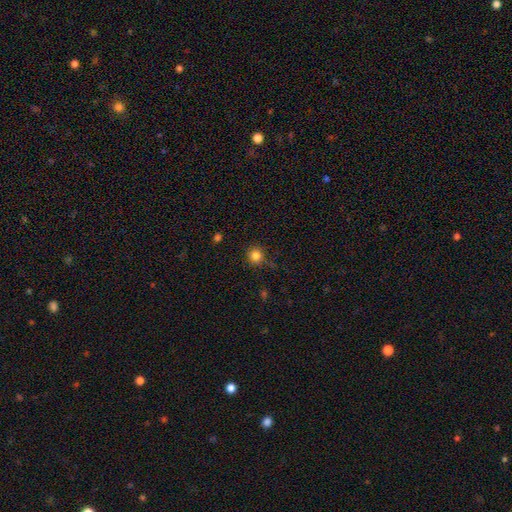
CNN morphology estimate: Overall: smooth (83%). How rounded: round (92%). Merging: none (83%).